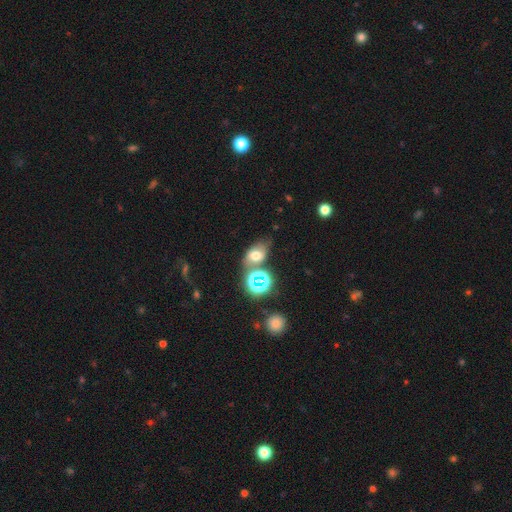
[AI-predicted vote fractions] smooth-or-featured: smooth: 56% | star or artifact: 25% | featured or disk: 19%
  how-rounded: in between: 72% | round: 26% | cigar-shaped: 2%
  merging: none: 52% | minor disturbance: 20% | merger: 18% | major disturbance: 9%